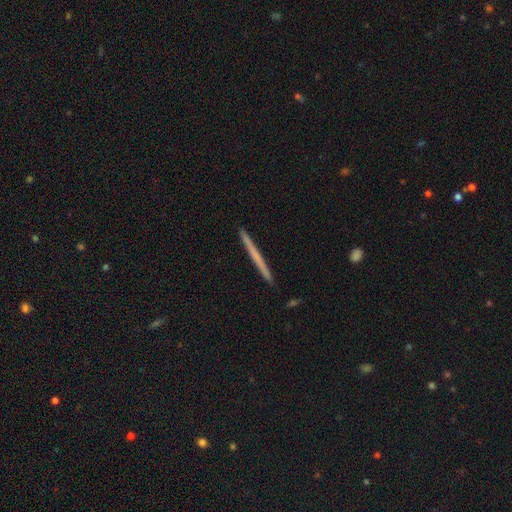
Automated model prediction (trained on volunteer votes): This is possibly a featured or disk galaxy (48%). Merging: clearly none (93%).